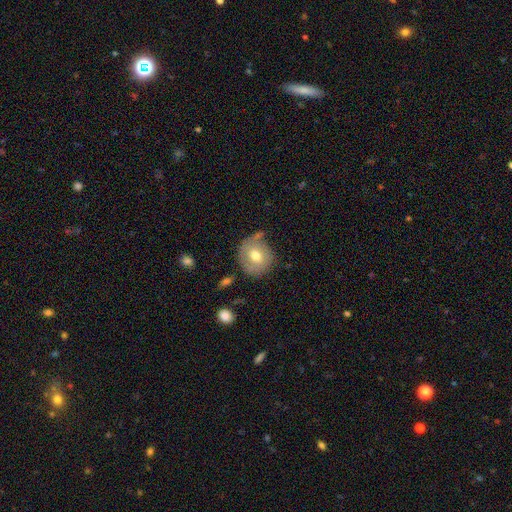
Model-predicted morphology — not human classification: smooth_or_featured: smooth (p=0.63) [alt: featured or disk p=0.29]
how_rounded: round (p=0.84) [alt: in between p=0.15]
merging: none (p=0.64) [alt: minor disturbance p=0.22]